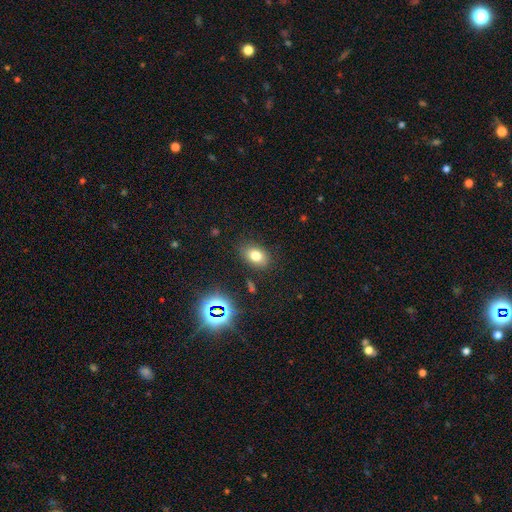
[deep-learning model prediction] Overall: smooth (74%). How rounded: in between (79%). Merging: none (82%).